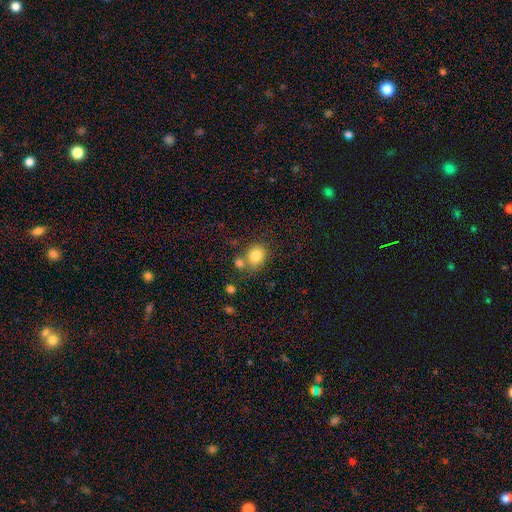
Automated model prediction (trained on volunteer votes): Smooth or featured? smooth (81%)
How rounded? round (53%)
Merging? none (65%)